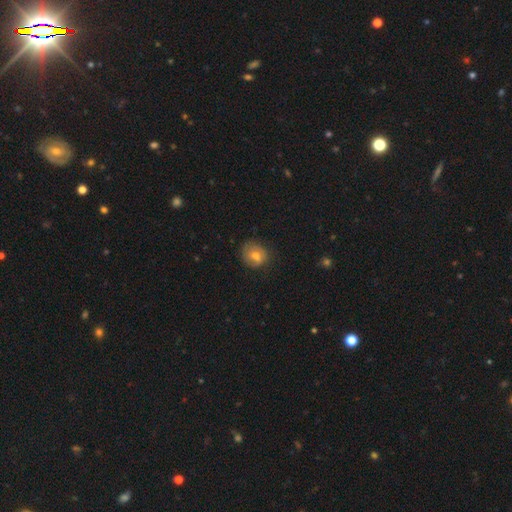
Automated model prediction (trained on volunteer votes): The model was most divided on "smooth or featured": smooth: 65%, featured or disk: 24%, star or artifact: 11%. More confident: how rounded — round (71%); merging — none (69%).